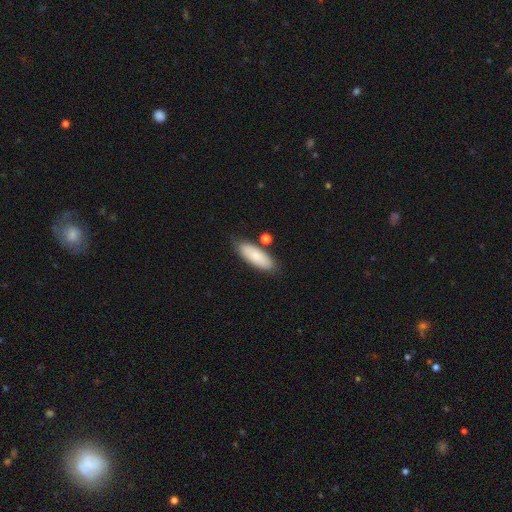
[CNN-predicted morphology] smooth_or_featured: smooth (p=0.83) [alt: featured or disk p=0.11]
how_rounded: in between (p=0.68) [alt: cigar-shaped p=0.30]
merging: none (p=0.78) [alt: minor disturbance p=0.13]